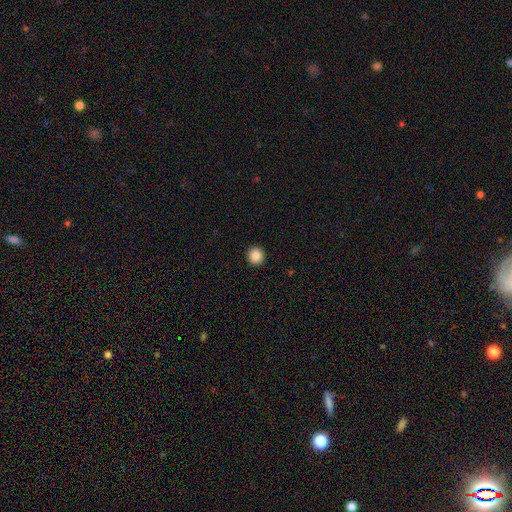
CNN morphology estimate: Smooth or featured?
  - smooth: 86% *
  - star or artifact: 9%
  - featured or disk: 5%
How rounded?
  - round: 95% *
  - in between: 4%
  - cigar-shaped: 1%
Merging?
  - none: 94% *
  - minor disturbance: 4%
  - major disturbance: 1%
  - merger: 1%